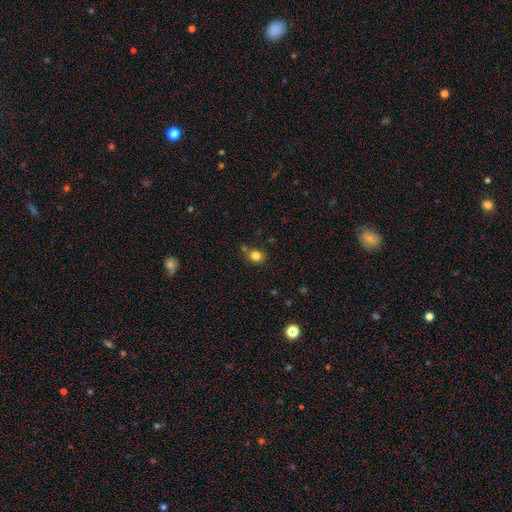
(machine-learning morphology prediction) Q: Smooth or featured?
A: smooth (81%); runner-up: star or artifact (13%)
Q: How rounded?
A: round (73%); runner-up: in between (26%)
Q: Merging?
A: none (73%); runner-up: minor disturbance (14%)